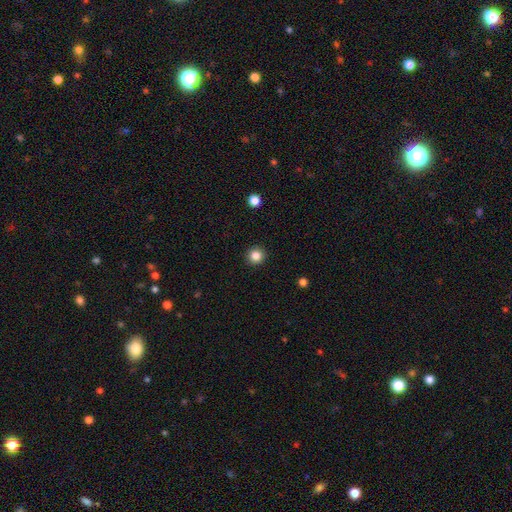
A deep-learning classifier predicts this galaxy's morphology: Smooth or featured? Predicted: smooth (p=0.85). How rounded? Predicted: round (p=0.94). Merging? Predicted: none (p=0.92).